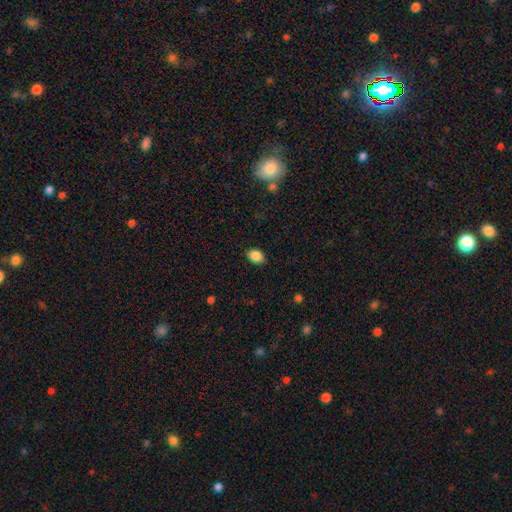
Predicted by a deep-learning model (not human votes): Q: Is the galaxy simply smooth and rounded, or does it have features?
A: smooth — 87%.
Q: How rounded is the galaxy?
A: in between — 76%.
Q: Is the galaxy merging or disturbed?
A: none — 87%.